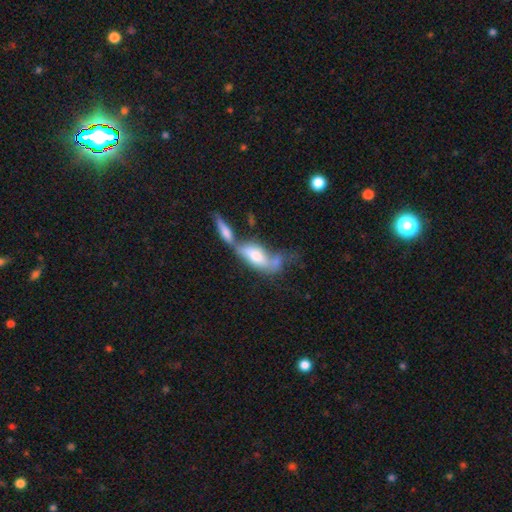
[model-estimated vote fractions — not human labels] This appears to be a smooth galaxy with no disk features (51%) that is in between round and cigar-shaped (76%). Merging: merger (53%).